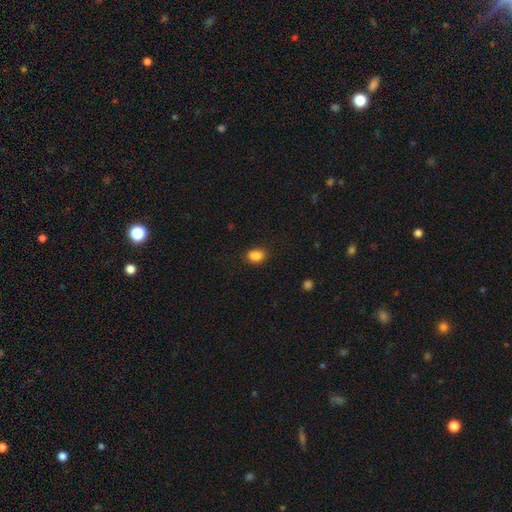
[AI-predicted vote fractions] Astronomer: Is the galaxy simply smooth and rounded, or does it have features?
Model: smooth — 86%.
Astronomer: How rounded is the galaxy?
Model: in between — 67%.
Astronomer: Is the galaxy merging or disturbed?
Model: none — 79%.